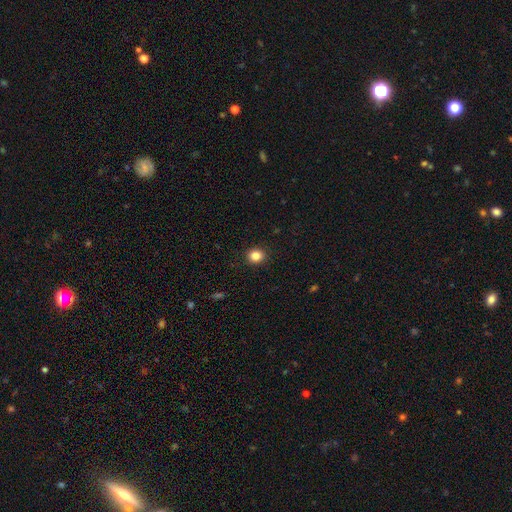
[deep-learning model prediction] Smooth or featured? Predicted: smooth (p=0.85). How rounded? Predicted: round (p=0.81). Merging? Predicted: none (p=0.92).